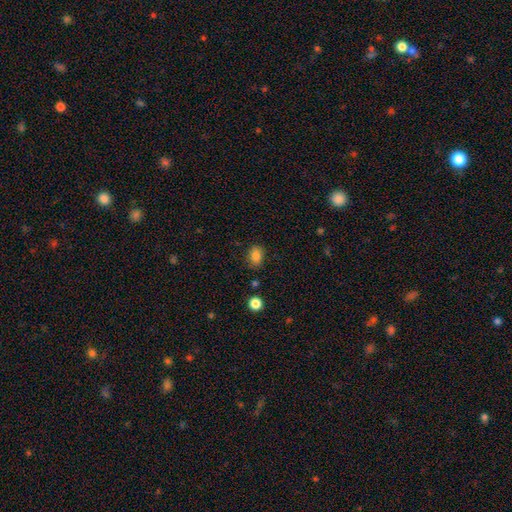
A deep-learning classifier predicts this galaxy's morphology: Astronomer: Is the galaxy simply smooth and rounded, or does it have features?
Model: smooth — 85%.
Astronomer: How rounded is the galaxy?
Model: in between — 71%.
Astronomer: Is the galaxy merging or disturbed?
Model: none — 81%.